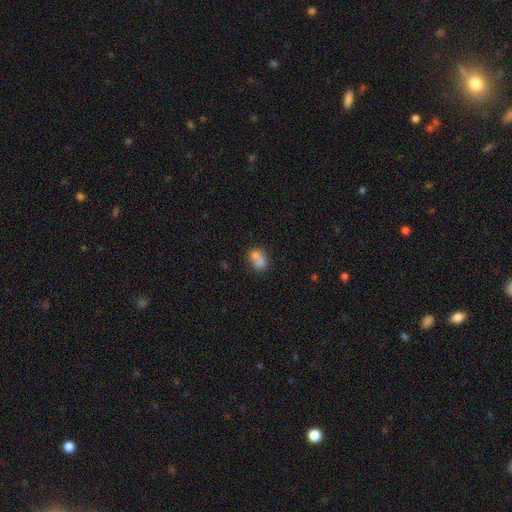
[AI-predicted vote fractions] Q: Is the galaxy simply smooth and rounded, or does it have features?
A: smooth — 75%.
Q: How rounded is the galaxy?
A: in between — 56%.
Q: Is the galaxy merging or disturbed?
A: merger — 51%.